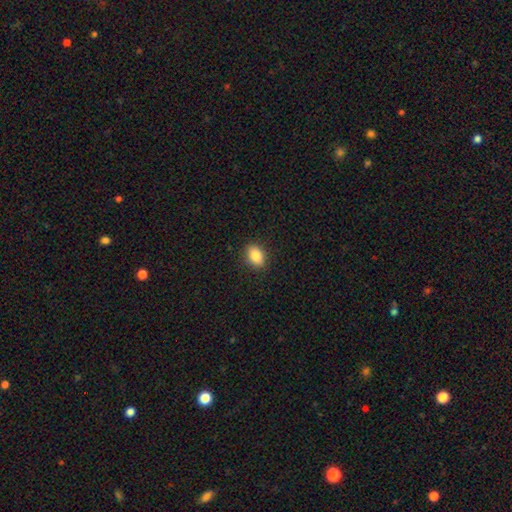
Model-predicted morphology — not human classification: smooth 86%, star or artifact 8%, featured or disk 5%. Down the decision tree: how rounded — in between (79%); merging — none (89%).